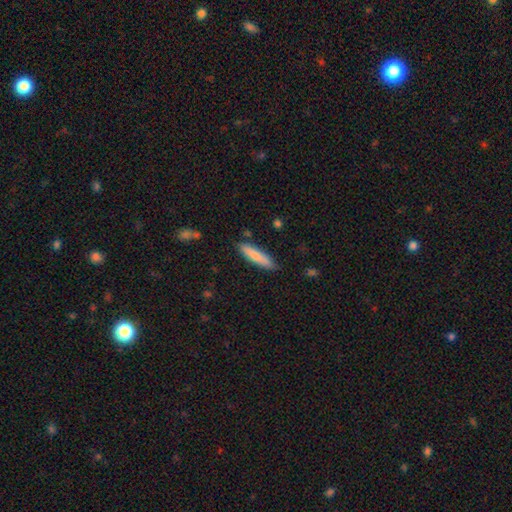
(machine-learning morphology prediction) Overall: smooth (78%). How rounded: cigar-shaped (77%). Merging: none (84%).